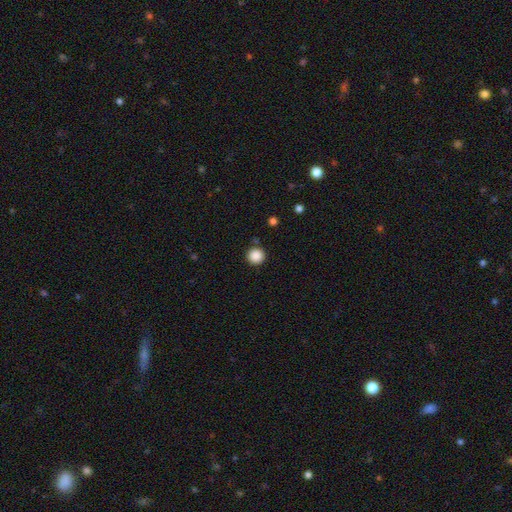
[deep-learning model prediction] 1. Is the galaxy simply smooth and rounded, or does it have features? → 87% smooth, 10% star or artifact, 3% featured or disk.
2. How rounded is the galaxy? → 95% round, 4% in between, 1% cigar-shaped.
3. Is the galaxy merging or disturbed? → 89% none, 7% minor disturbance, 2% merger, 2% major disturbance.